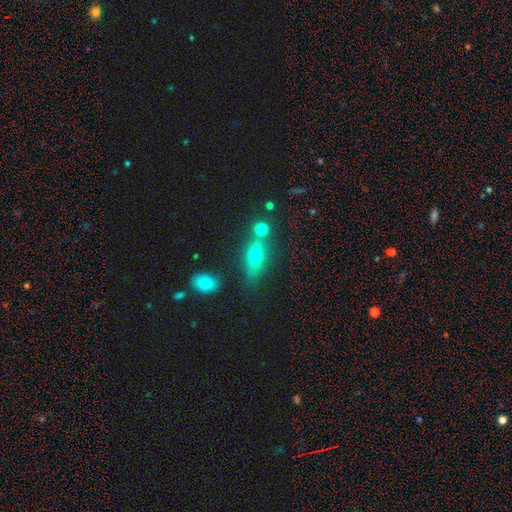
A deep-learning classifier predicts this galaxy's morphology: A smooth galaxy with no disk features (64%) that is in between round and cigar-shaped (66%). Merging: none (62%).